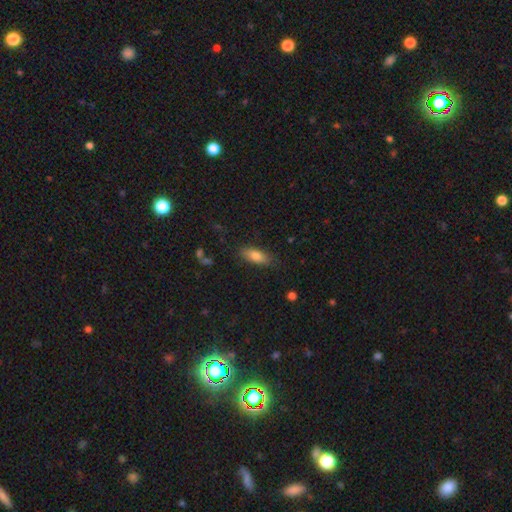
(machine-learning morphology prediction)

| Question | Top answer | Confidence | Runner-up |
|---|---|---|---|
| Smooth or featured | smooth | 80% | featured or disk (12%) |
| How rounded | in between | 73% | cigar-shaped (24%) |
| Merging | none | 80% | minor disturbance (15%) |